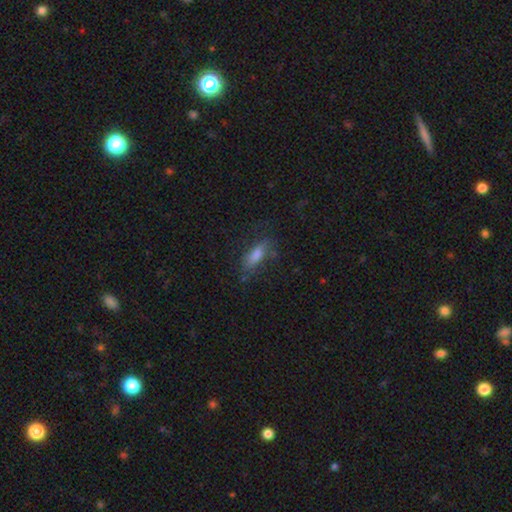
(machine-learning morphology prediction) Q: Smooth or featured?
A: smooth (69%); runner-up: featured or disk (21%)
Q: How rounded?
A: in between (58%); runner-up: cigar-shaped (39%)
Q: Merging?
A: none (65%); runner-up: minor disturbance (22%)